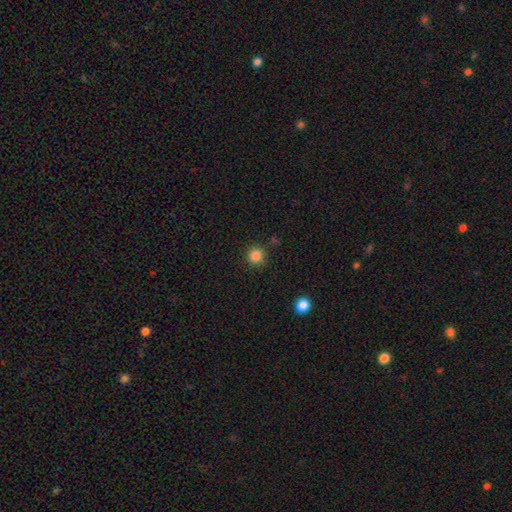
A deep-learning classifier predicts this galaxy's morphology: A smooth galaxy with no disk features (85%) that is round (93%).

Vote fractions:
- Smooth or featured? smooth: 85% / star or artifact: 12% / featured or disk: 3%
- How rounded? round: 93% / in between: 6% / cigar-shaped: 1%
- Merging? none: 89% / minor disturbance: 7% / major disturbance: 2% / merger: 2%